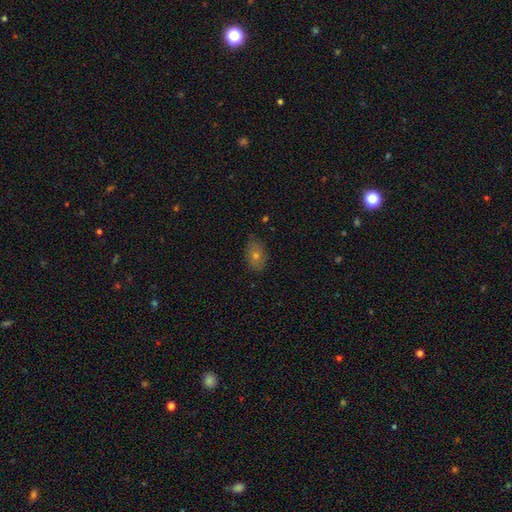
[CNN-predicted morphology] Smooth or featured? smooth (60%)
How rounded? in between (79%)
Merging? none (80%)